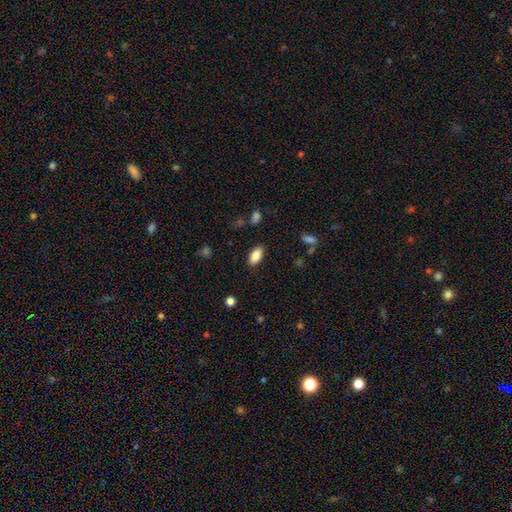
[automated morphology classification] A smooth galaxy with no disk features (84%) that is in between round and cigar-shaped (89%). Merging: none (87%).